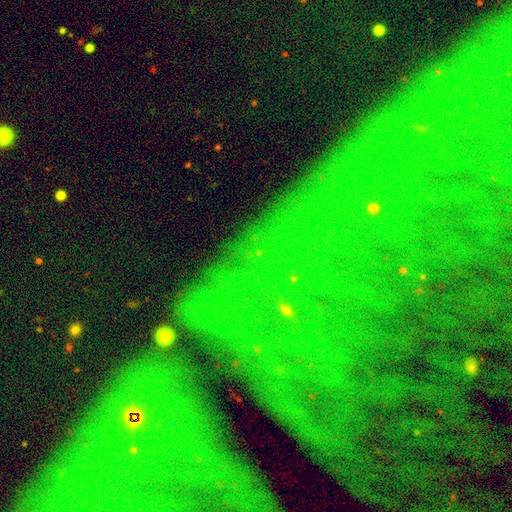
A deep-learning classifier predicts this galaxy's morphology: type=star or artifact (81%).